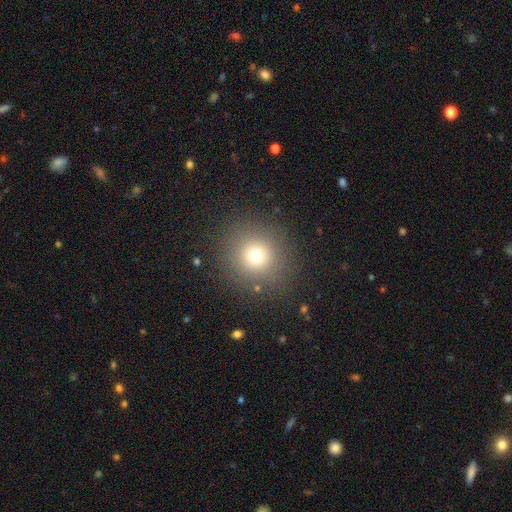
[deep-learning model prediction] Smooth or featured: smooth — 71% (star or artifact — 18%)
How rounded: round — 94% (in between — 6%)
Merging: none — 88% (minor disturbance — 7%)